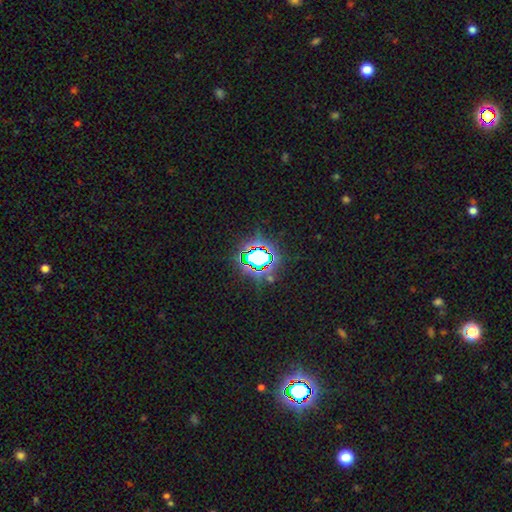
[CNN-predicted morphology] A star or artifact, not a galaxy (72%).